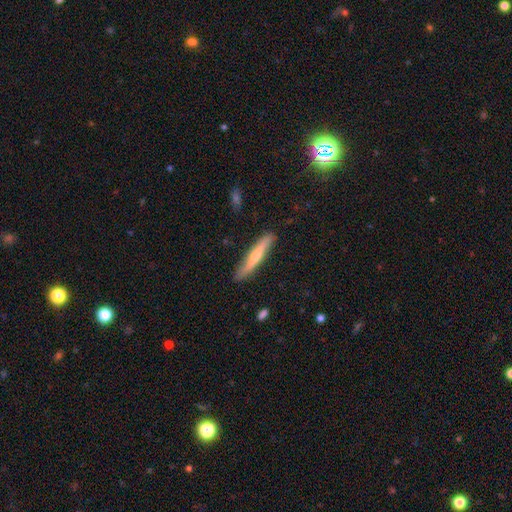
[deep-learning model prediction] Smooth or featured?
  - featured or disk: 48% *
  - smooth: 46%
  - star or artifact: 6%
Merging?
  - none: 86% *
  - minor disturbance: 11%
  - major disturbance: 2%
  - merger: 1%